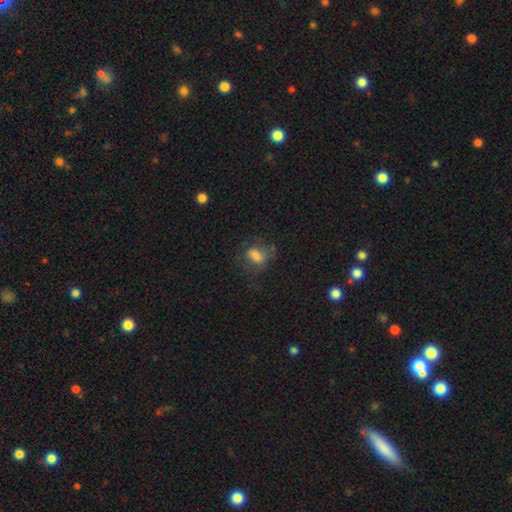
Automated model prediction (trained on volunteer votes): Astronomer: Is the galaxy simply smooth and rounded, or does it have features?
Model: smooth — 71%.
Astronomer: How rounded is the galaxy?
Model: in between — 77%.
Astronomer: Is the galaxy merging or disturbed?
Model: none — 50% (runner-up: minor disturbance, 25%).